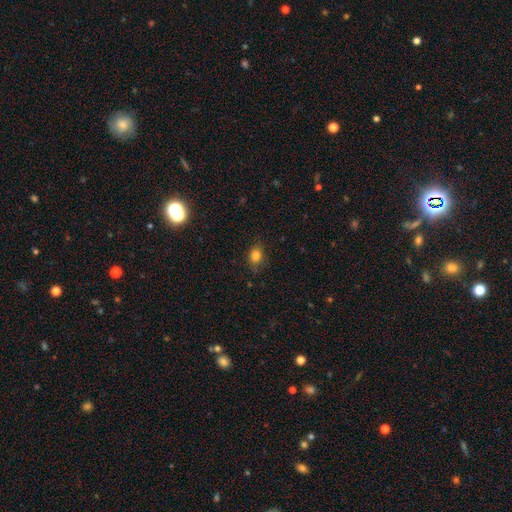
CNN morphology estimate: A smooth galaxy with no disk features (82%) that is in between round and cigar-shaped (55%).

Vote fractions:
- Smooth or featured? smooth: 82% / star or artifact: 12% / featured or disk: 6%
- How rounded? in between: 55% / round: 44% / cigar-shaped: 1%
- Merging? none: 77% / minor disturbance: 18% / major disturbance: 4% / merger: 1%